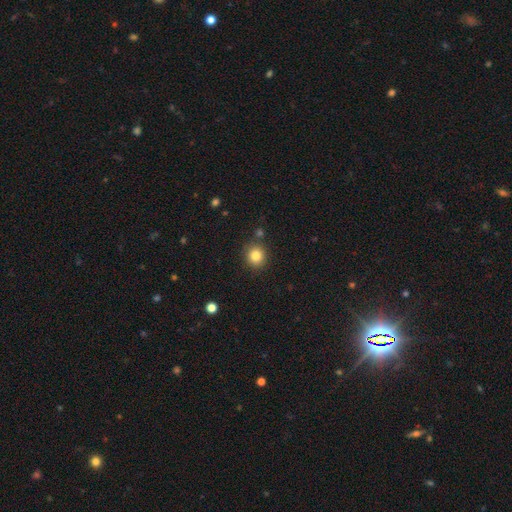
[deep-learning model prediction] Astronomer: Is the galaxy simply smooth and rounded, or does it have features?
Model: smooth — 83%.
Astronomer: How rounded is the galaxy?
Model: round — 88%.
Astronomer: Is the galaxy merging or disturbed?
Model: none — 84%.